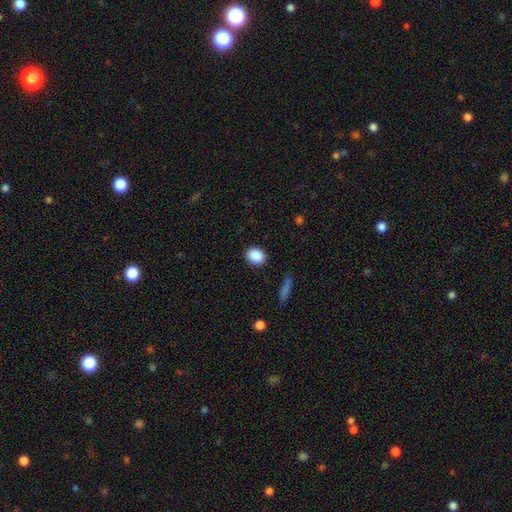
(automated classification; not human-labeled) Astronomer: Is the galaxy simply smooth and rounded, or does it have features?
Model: smooth — 89%.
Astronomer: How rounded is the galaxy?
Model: in between — 55% (runner-up: round, 43%).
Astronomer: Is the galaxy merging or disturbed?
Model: none — 88%.